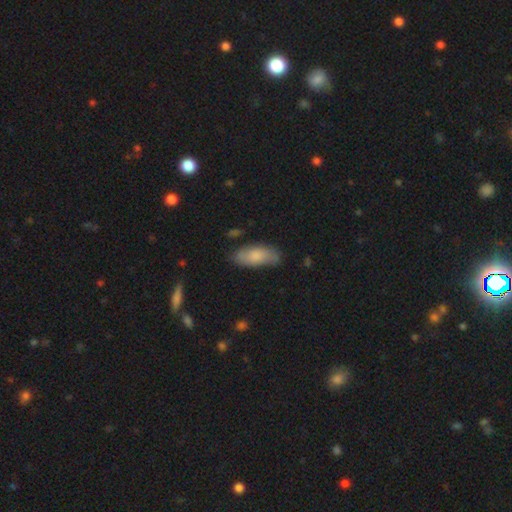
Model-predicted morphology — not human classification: Smooth or featured? Predicted: smooth (p=0.77). How rounded? Predicted: in between (p=0.84). Merging? Predicted: none (p=0.73).